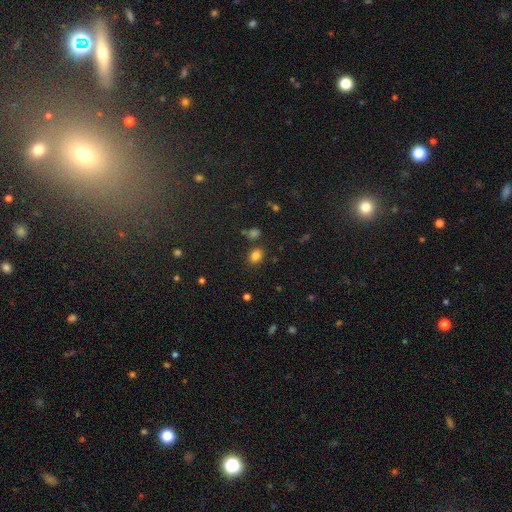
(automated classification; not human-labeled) Smooth or featured? smooth (80%)
How rounded? in between (62%)
Merging? none (80%)